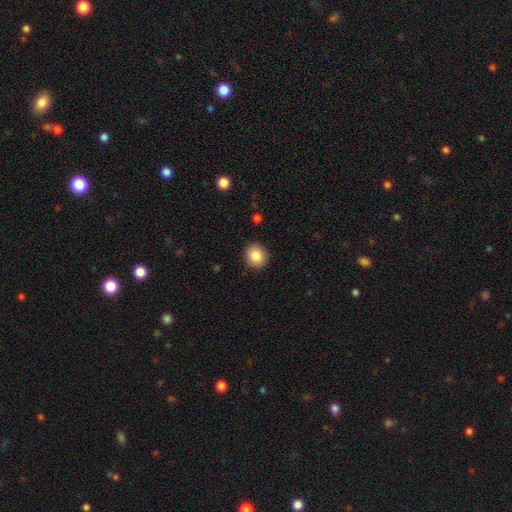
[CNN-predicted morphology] type=smooth (87%); roundness=round (71%); merging=none (90%).